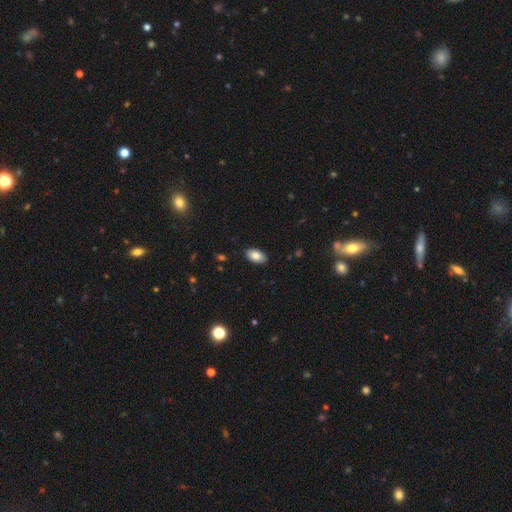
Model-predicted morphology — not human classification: smooth_or_featured: smooth (p=0.85) [alt: star or artifact p=0.08]
how_rounded: in between (p=0.94) [alt: round p=0.05]
merging: none (p=0.89) [alt: minor disturbance p=0.08]